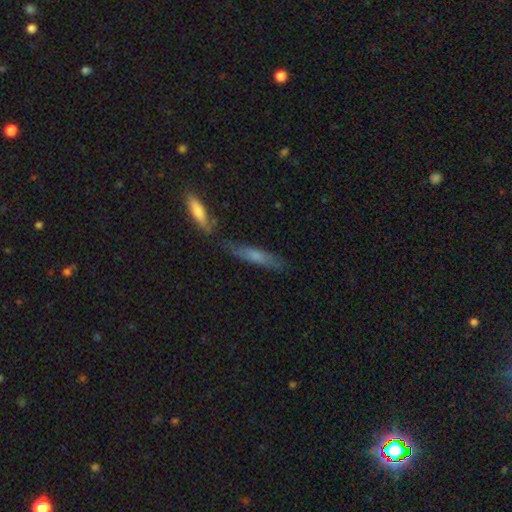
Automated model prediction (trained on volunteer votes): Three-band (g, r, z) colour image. It shows a smooth galaxy with no disk features (62%) that is cigar-shaped (85%). Merging: none (67%).